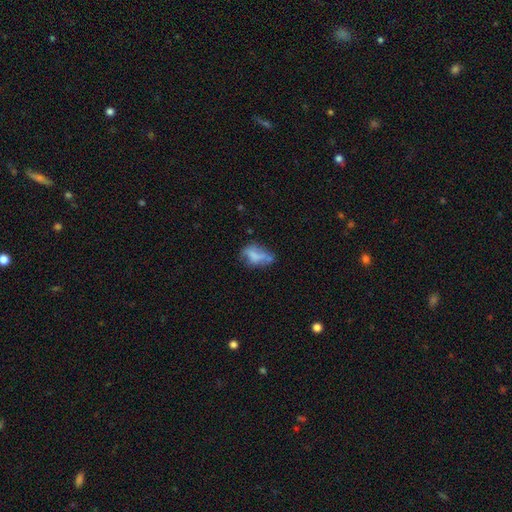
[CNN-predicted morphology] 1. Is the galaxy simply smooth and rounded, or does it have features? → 55% smooth, 34% featured or disk, 11% star or artifact.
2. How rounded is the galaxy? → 81% in between, 10% round, 9% cigar-shaped.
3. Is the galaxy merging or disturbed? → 35% none, 27% minor disturbance, 22% major disturbance, 17% merger.